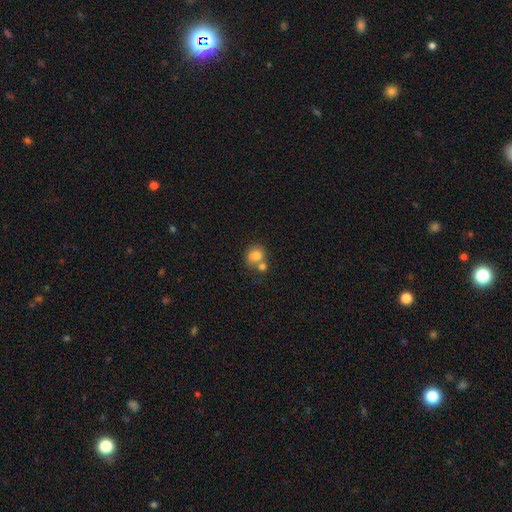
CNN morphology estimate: Q: Smooth or featured?
A: smooth (78%); runner-up: featured or disk (12%)
Q: How rounded?
A: round (62%); runner-up: in between (37%)
Q: Merging?
A: merger (43%); runner-up: none (41%)